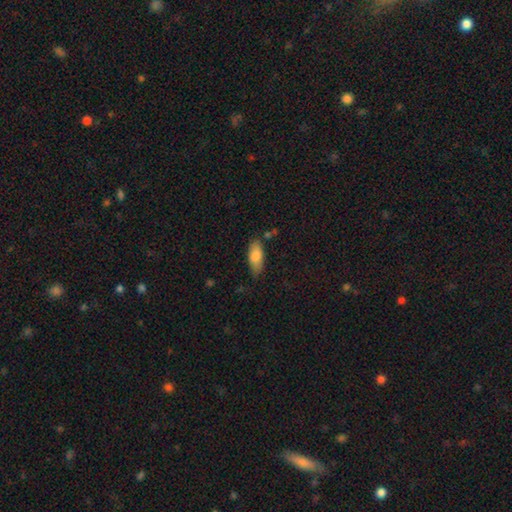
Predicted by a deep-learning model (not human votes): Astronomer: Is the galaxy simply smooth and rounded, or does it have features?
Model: smooth — 80%.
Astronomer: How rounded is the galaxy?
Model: in between — 78%.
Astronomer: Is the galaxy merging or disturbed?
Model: none — 71%.